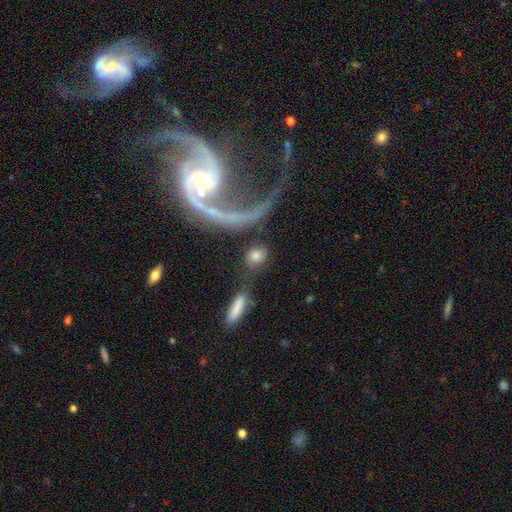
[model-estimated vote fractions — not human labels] Q: Smooth or featured?
A: smooth (76%); runner-up: featured or disk (16%)
Q: How rounded?
A: round (62%); runner-up: in between (32%)
Q: Merging?
A: none (58%); runner-up: merger (17%)